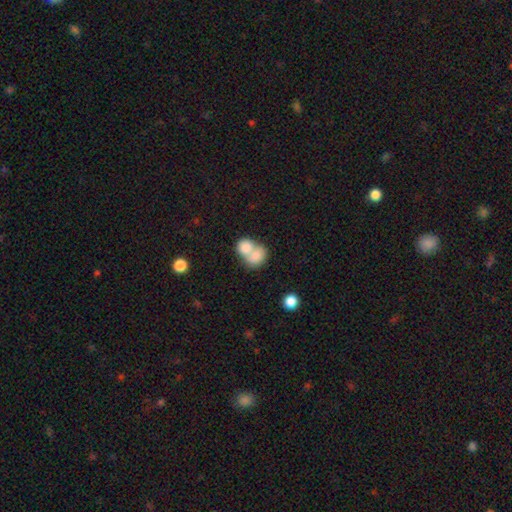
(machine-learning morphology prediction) This appears to be a smooth galaxy with no disk features (79%) that is in between round and cigar-shaped (51%). Merging: merger (75%).